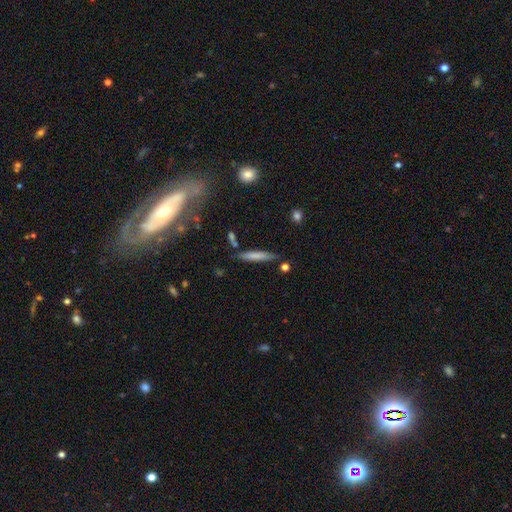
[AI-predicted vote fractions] Smooth or featured? smooth (72%)
How rounded? cigar-shaped (90%)
Merging? none (79%)